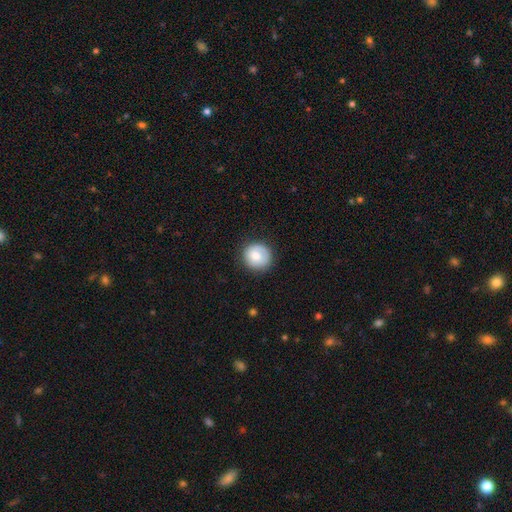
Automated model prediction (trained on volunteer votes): A smooth galaxy with no disk features (76%) that is round (92%). Merging: none (84%).